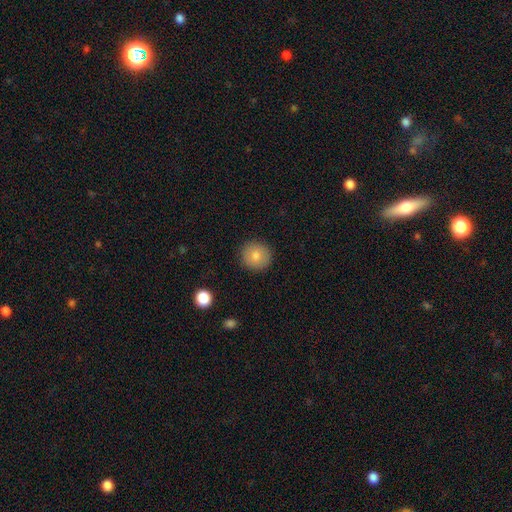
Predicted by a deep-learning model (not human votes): Morphology: type=smooth (81%); roundness=round (91%); merging=none (91%).